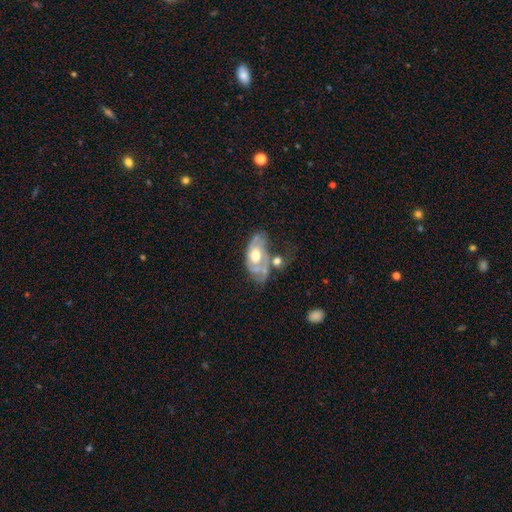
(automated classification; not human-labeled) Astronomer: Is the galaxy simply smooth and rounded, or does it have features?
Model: featured or disk — 75%.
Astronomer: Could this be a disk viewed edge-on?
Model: no — 94%.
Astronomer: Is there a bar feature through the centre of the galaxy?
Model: no — 71%.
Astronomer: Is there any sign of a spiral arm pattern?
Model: yes — 80%.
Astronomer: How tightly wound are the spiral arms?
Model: tight — 44% (runner-up: medium, 39%).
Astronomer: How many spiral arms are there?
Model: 2 — 55%.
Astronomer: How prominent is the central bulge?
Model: moderate — 70%.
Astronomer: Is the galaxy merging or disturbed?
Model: none — 28% (runner-up: merger, 26%).